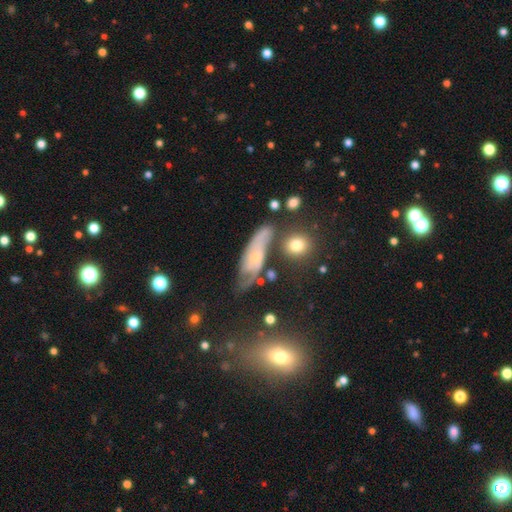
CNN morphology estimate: type=featured or disk (64%); edge-on=no (80%); bar=no (66%); spiral arms=yes (83%); bulge=small (64%); merging=none (52%).